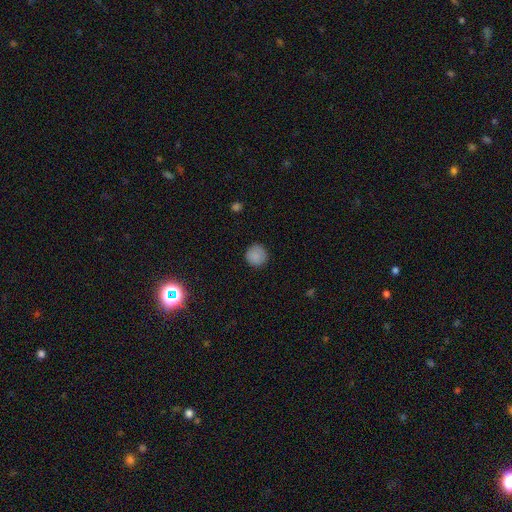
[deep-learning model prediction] This is clearly a smooth galaxy (86%). How rounded: clearly round (94%). Merging: clearly none (89%).